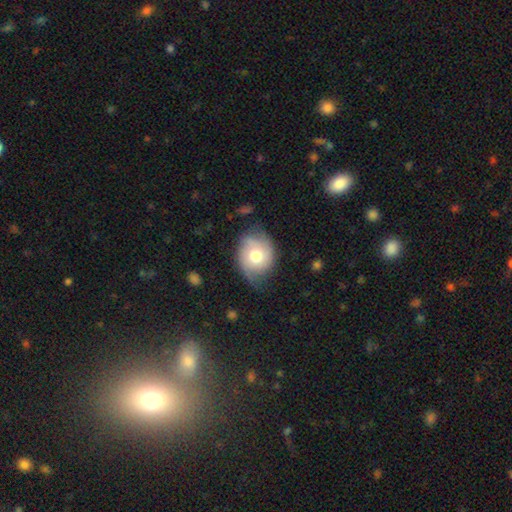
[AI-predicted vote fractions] Morphology: type=smooth (56%); roundness=round (61%); merging=none (53%).